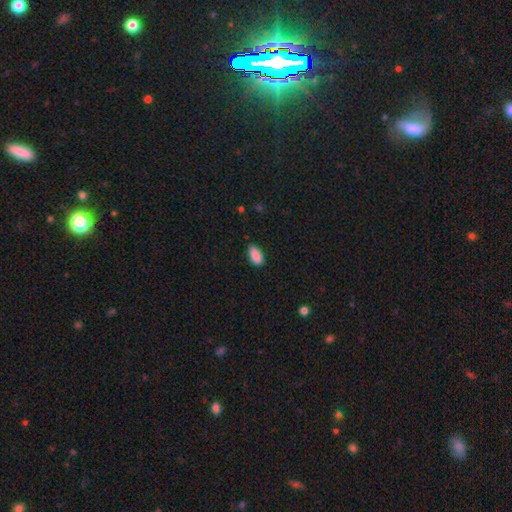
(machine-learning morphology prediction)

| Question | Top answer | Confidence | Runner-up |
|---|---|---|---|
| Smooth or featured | smooth | 89% | star or artifact (7%) |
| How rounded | in between | 93% | cigar-shaped (5%) |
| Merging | none | 80% | minor disturbance (17%) |